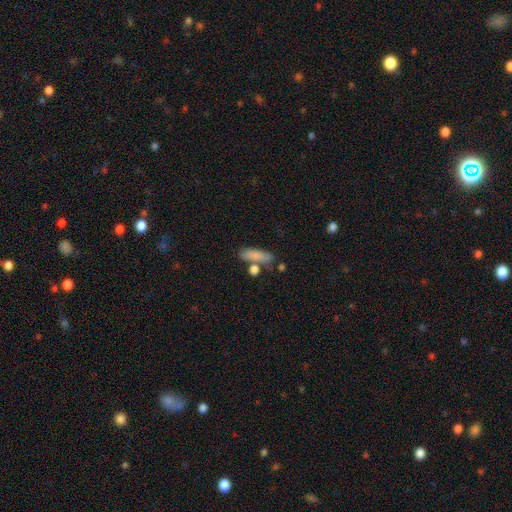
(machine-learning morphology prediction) type=smooth (82%); roundness=cigar-shaped (48%, tied with in between); merging=none (65%).